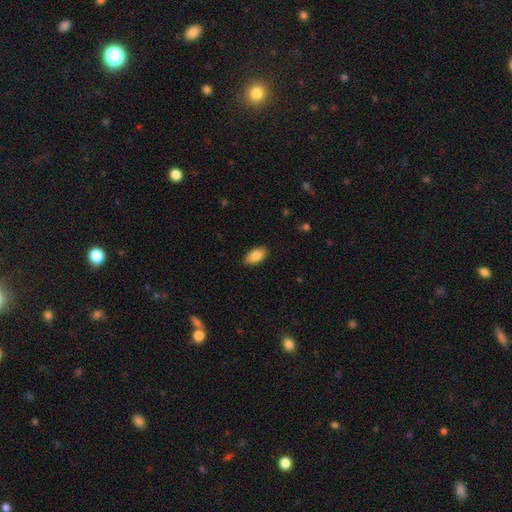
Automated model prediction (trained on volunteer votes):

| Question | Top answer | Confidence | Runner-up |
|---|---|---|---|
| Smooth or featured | smooth | 87% | star or artifact (7%) |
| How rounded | in between | 94% | cigar-shaped (3%) |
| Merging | none | 89% | minor disturbance (8%) |